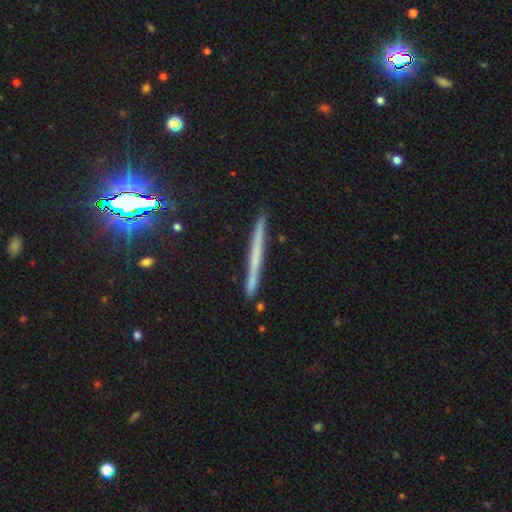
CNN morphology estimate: Q: Smooth or featured?
A: featured or disk (50%); runner-up: smooth (36%)
Q: Merging?
A: none (89%); runner-up: minor disturbance (8%)